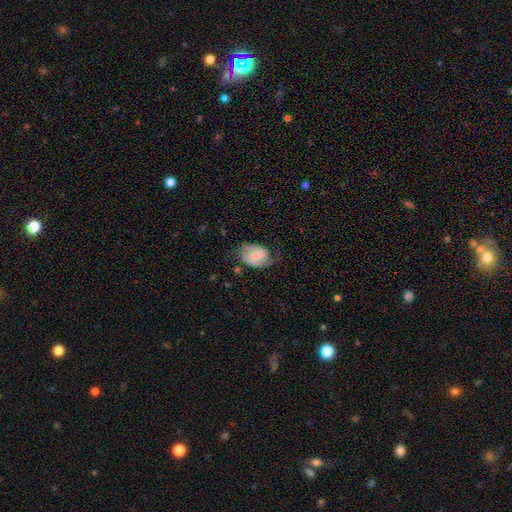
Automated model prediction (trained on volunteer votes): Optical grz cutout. It shows a featured or disk galaxy (80%) with a weak bar (50%), 2 (83%) medium (50%) spiral arms (95%) and a small central bulge (45%). Merging: none (65%).